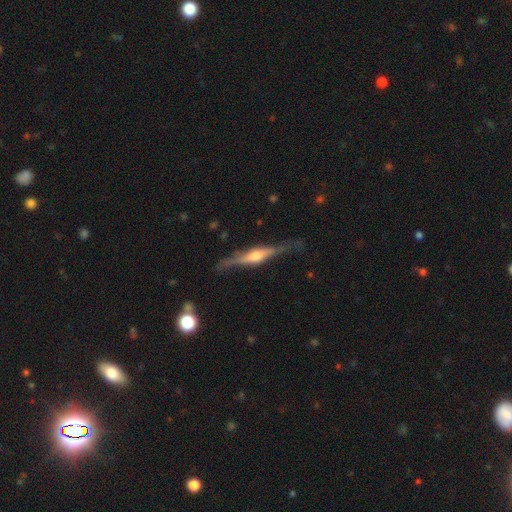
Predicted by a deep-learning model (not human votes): Smooth or featured? featured or disk (78%)
Edge-on disk? yes (96%)
Edge-on bulge? rounded (81%)
Merging? none (75%)